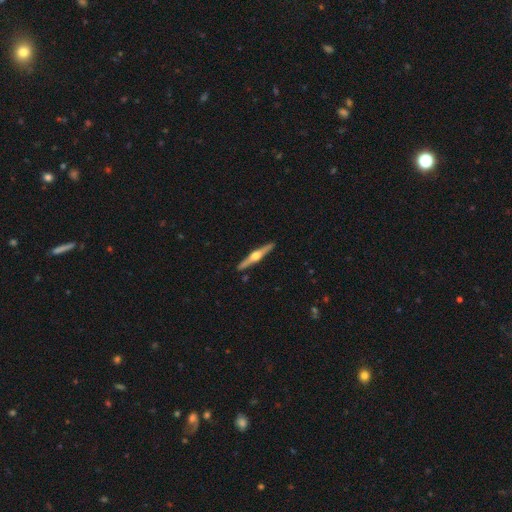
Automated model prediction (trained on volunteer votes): Morphology: type=featured or disk (78%); edge-on=yes (98%); edge-on bulge=rounded (95%); merging=none (92%).